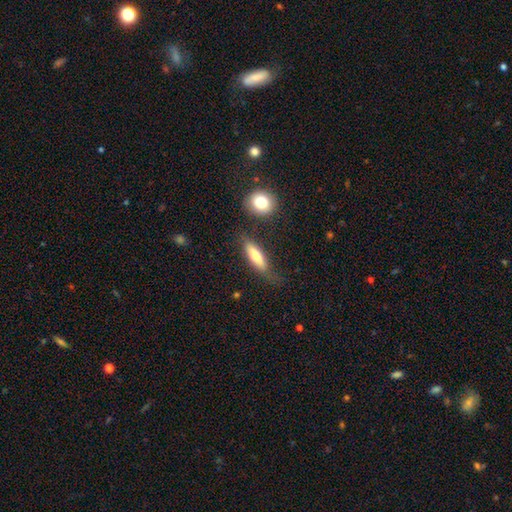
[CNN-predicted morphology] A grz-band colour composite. It shows a smooth galaxy with no disk features (67%) that is cigar-shaped (53%). Merging: none (66%).